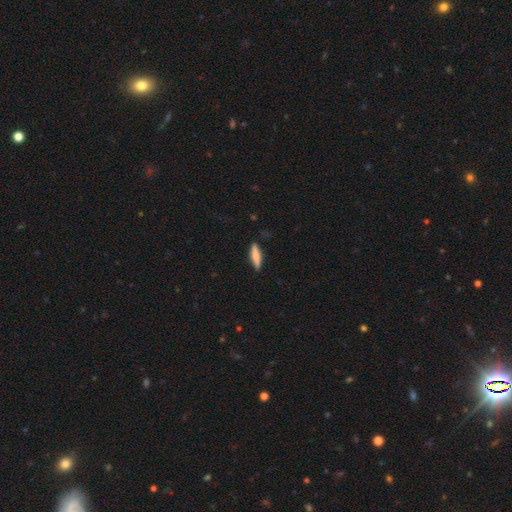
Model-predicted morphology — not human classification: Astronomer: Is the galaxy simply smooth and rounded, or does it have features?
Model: smooth — 76%.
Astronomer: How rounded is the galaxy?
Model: cigar-shaped — 81%.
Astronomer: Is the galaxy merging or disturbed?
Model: none — 84%.